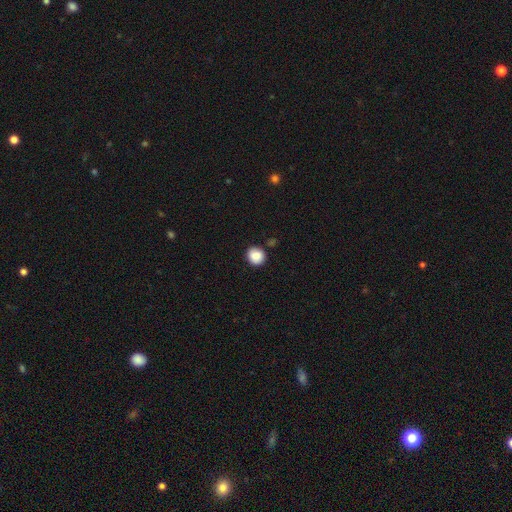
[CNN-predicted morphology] Overall: smooth (86%). How rounded: round (88%). Merging: none (88%).